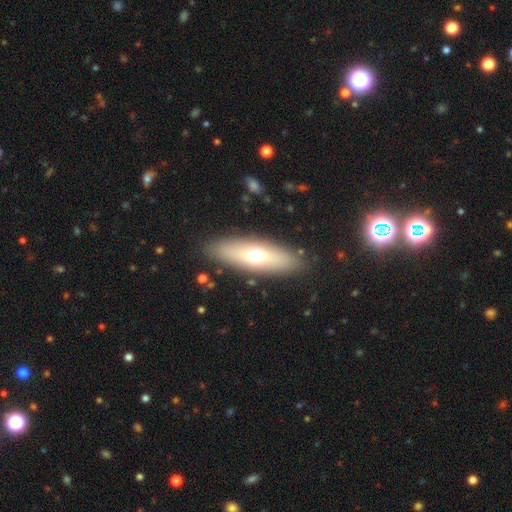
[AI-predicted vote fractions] Smooth or featured?
  - smooth: 59% *
  - featured or disk: 33%
  - star or artifact: 7%
How rounded?
  - in between: 54% *
  - cigar-shaped: 43%
  - round: 3%
Merging?
  - none: 87% *
  - minor disturbance: 8%
  - major disturbance: 3%
  - merger: 2%